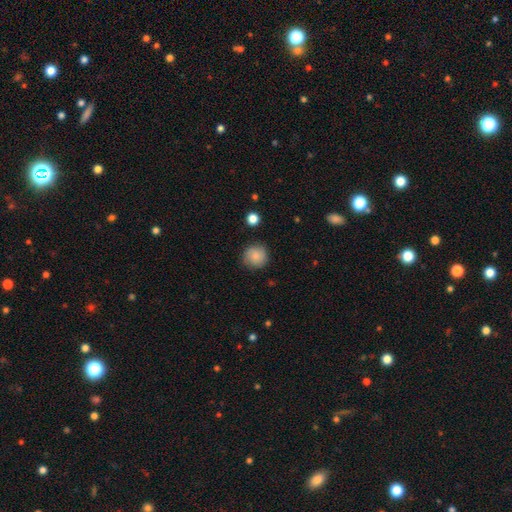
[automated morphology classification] smooth_or_featured: smooth (p=0.83) [alt: featured or disk p=0.09]
how_rounded: round (p=0.93) [alt: in between p=0.06]
merging: none (p=0.85) [alt: minor disturbance p=0.11]